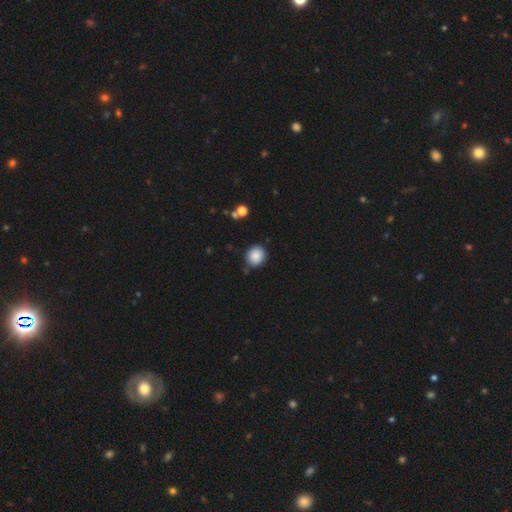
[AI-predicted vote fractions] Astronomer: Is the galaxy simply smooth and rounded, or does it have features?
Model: smooth — 87%.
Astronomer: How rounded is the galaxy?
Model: round — 84%.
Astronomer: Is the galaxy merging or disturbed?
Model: none — 84%.